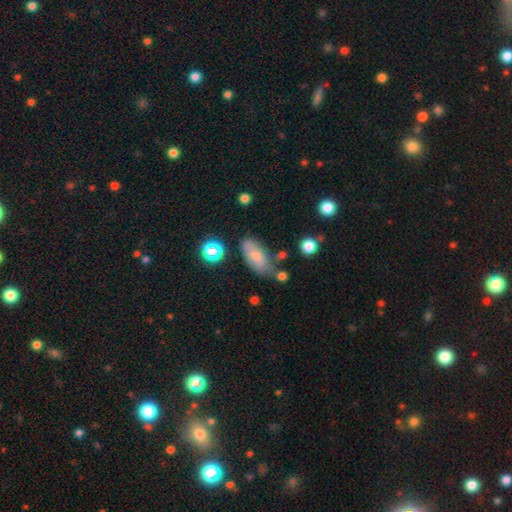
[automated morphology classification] Smooth or featured: smooth — 74% (featured or disk — 17%)
How rounded: in between — 86% (cigar-shaped — 10%)
Merging: none — 61% (minor disturbance — 24%)